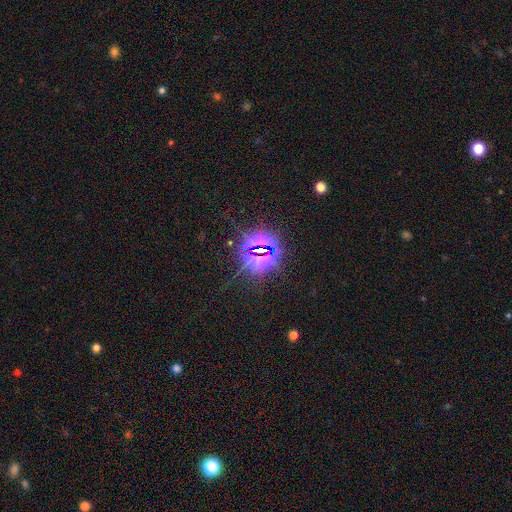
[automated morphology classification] Smooth or featured? Predicted: star or artifact (p=0.82).